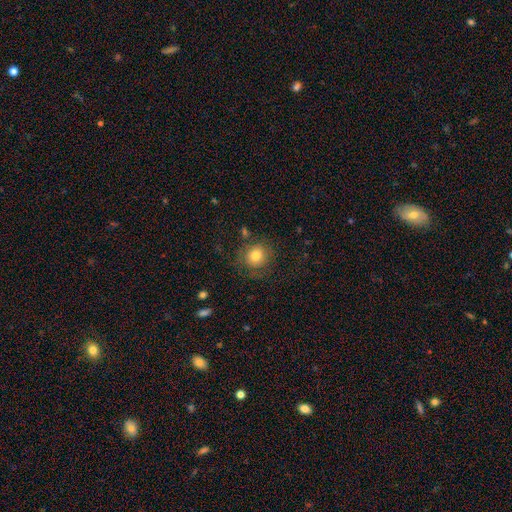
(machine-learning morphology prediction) Q: Smooth or featured?
A: smooth (78%); runner-up: featured or disk (11%)
Q: How rounded?
A: round (84%); runner-up: in between (15%)
Q: Merging?
A: none (77%); runner-up: minor disturbance (14%)